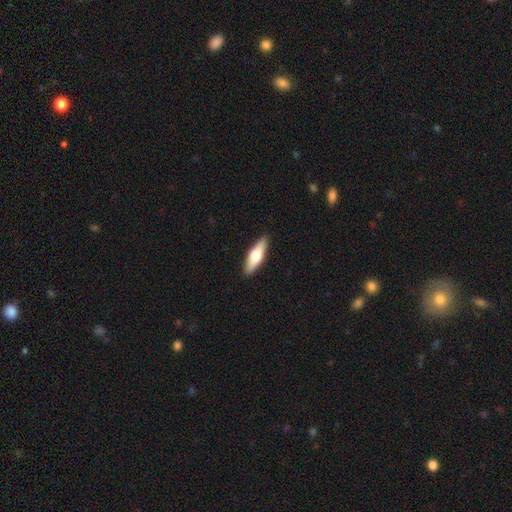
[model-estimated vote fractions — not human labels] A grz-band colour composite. It shows a smooth galaxy with no disk features (54%) that is cigar-shaped (58%). Merging: none (91%).